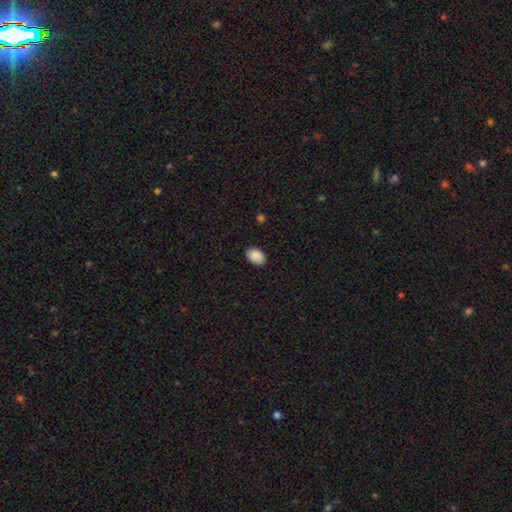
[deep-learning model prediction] Q: Smooth or featured?
A: smooth (89%); runner-up: star or artifact (7%)
Q: How rounded?
A: in between (84%); runner-up: round (15%)
Q: Merging?
A: none (88%); runner-up: minor disturbance (9%)